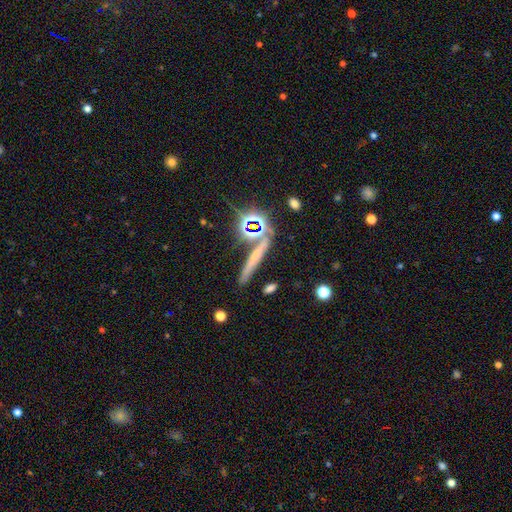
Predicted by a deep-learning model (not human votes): A smooth galaxy with no disk features (42%). Merging: none (73%).